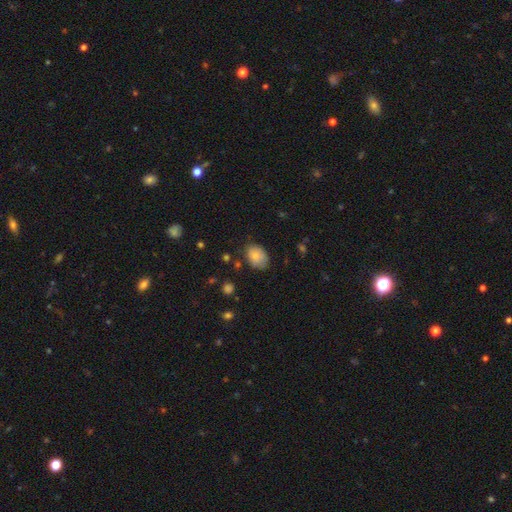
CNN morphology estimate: This is clearly a smooth galaxy (80%). How rounded: likely in between (76%). Merging: likely none (67%).